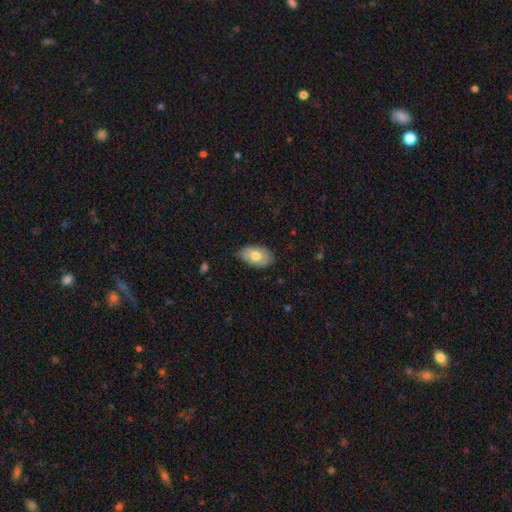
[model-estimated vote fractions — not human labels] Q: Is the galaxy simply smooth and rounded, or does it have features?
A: smooth — 66%.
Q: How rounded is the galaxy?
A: in between — 93%.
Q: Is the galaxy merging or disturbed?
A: none — 80%.